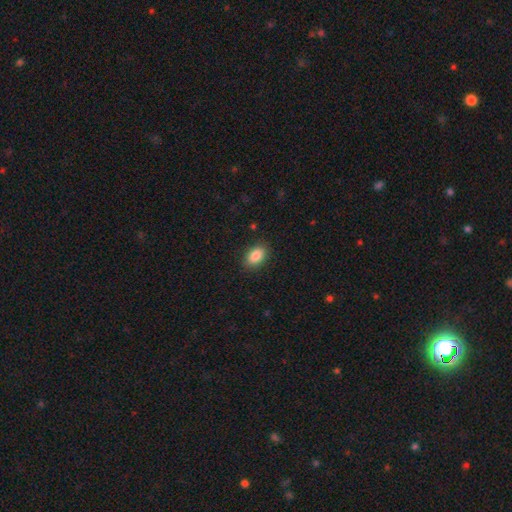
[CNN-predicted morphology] type=smooth (87%); roundness=in between (89%); merging=none (88%).